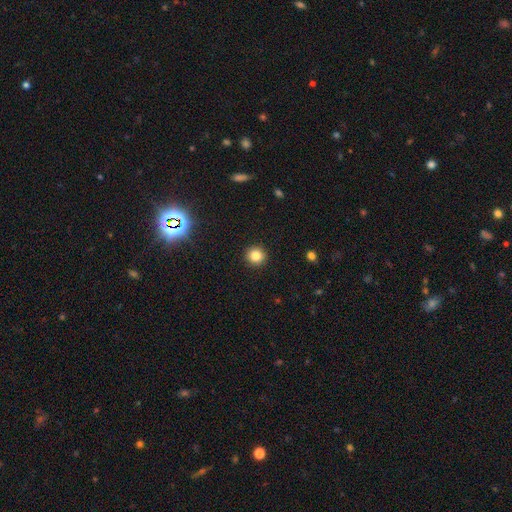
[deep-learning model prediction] A smooth galaxy with no disk features (82%) that is round (93%). Merging: none (92%).